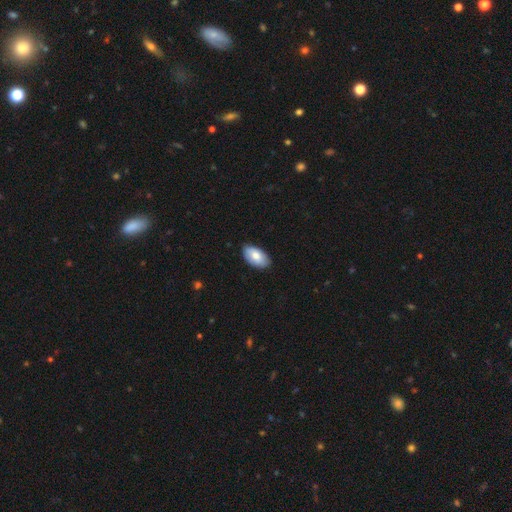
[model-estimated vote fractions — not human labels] Smooth or featured? Predicted: smooth (p=0.80). How rounded? Predicted: in between (p=0.95). Merging? Predicted: none (p=0.84).